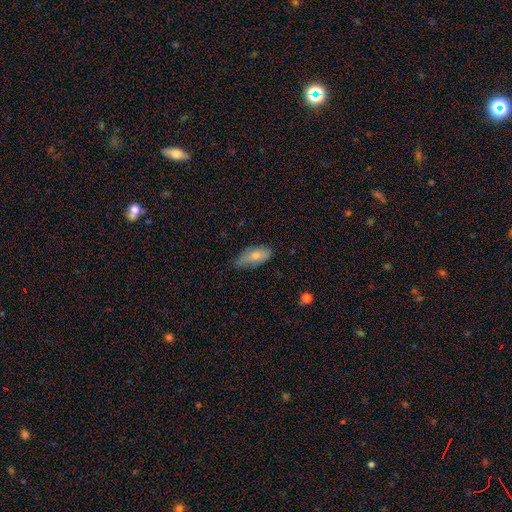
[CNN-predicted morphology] Q: Smooth or featured?
A: smooth (76%); runner-up: featured or disk (17%)
Q: How rounded?
A: in between (89%); runner-up: cigar-shaped (8%)
Q: Merging?
A: none (58%); runner-up: minor disturbance (34%)